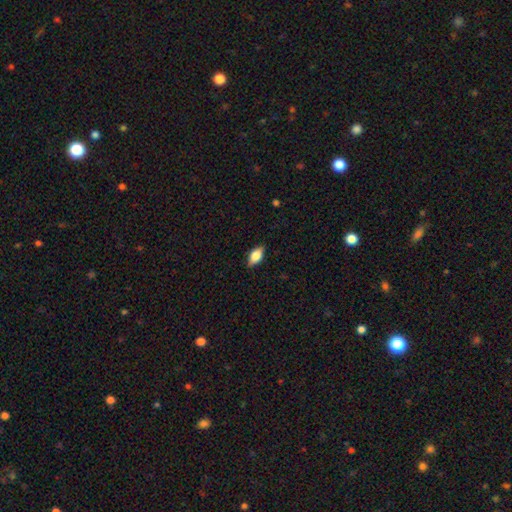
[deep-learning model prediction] smooth 76%, featured or disk 17%, star or artifact 7%. Down the decision tree: how rounded — in between (88%); merging — none (85%).